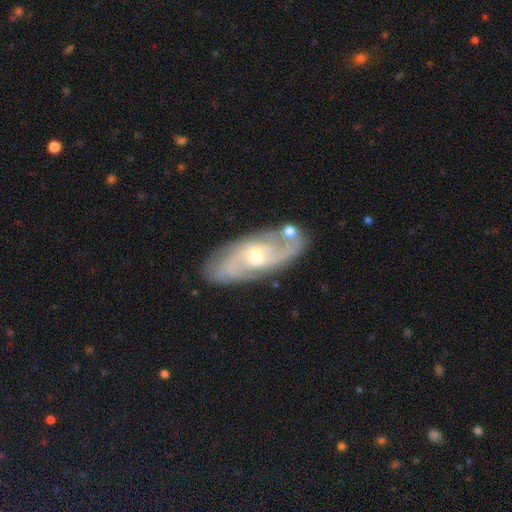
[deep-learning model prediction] A featured or disk galaxy (84%) with no bar (54%), 2 (47%) medium (46%) spiral arms (95%) and a moderate central bulge (52%).

Vote fractions:
- Smooth or featured? featured or disk: 84% / smooth: 10% / star or artifact: 6%
- Edge-on disk? no: 92% / yes: 8%
- Bar? no: 54% / weak: 38% / strong: 9%
- Spiral arms? yes: 95% / no: 5%
- Spiral winding? medium: 46% / tight: 37% / loose: 17%
- Spiral arm count? 2: 47% / 3: 21% / can't tell: 20% / 4: 6% / 1: 4% / more than 4: 3%
- Bulge size? moderate: 52% / small: 44% / large: 2% / none: 1% / dominant: 1%
- Merging? none: 74% / minor disturbance: 15% / merger: 6% / major disturbance: 4%